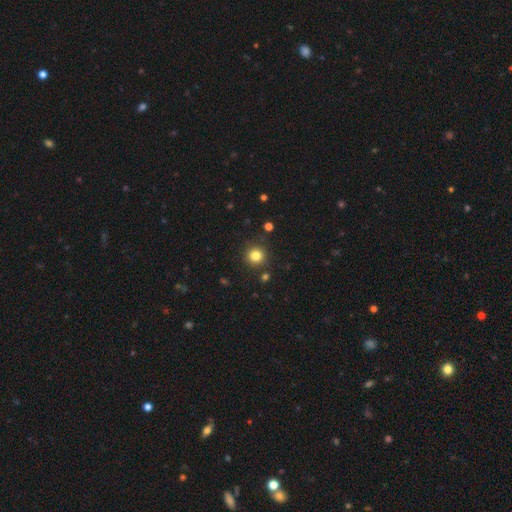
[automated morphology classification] smooth-or-featured: smooth: 82% | star or artifact: 13% | featured or disk: 5%
  how-rounded: round: 93% | in between: 6% | cigar-shaped: 1%
  merging: none: 87% | minor disturbance: 7% | merger: 3% | major disturbance: 3%